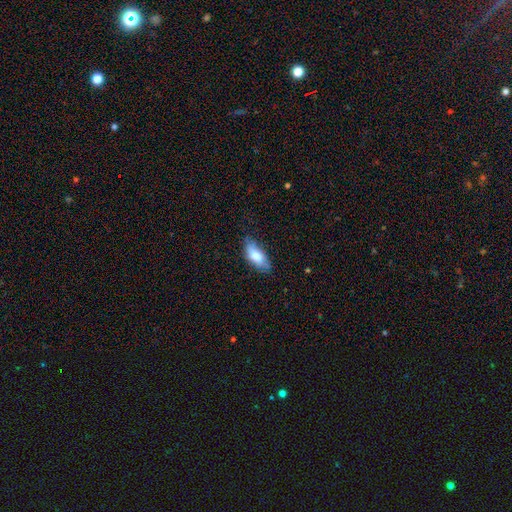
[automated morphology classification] Smooth or featured? smooth (74%)
How rounded? in between (84%)
Merging? none (68%)